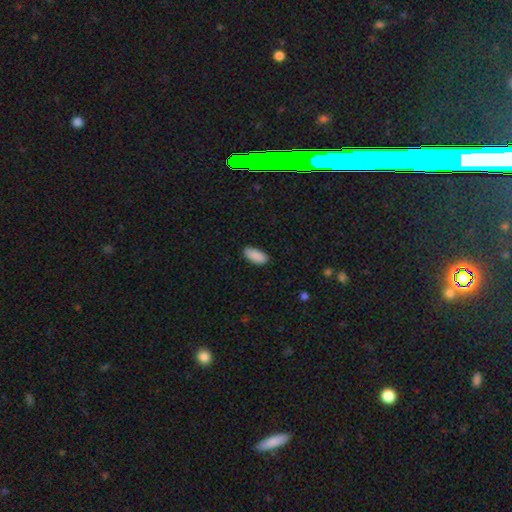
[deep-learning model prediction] smooth 90%, star or artifact 7%, featured or disk 3%. Down the decision tree: how rounded — in between (90%); merging — none (87%).